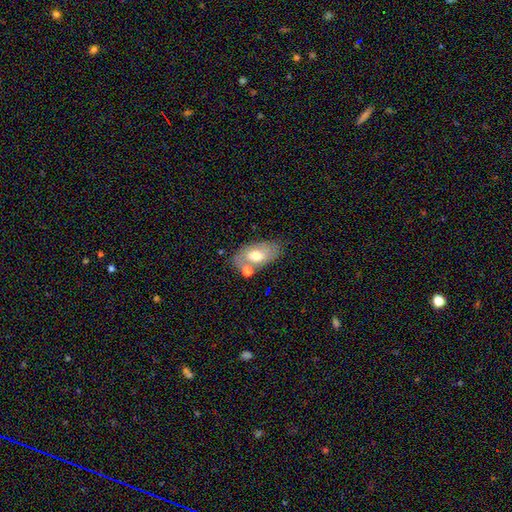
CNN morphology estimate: The model was most divided on "smooth or featured": smooth: 58%, featured or disk: 34%, star or artifact: 7%. More confident: how rounded — in between (92%); merging — none (56%).